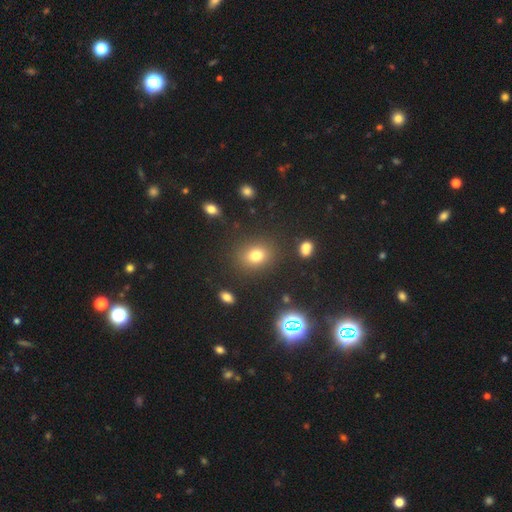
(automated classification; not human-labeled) Overall: smooth (76%). How rounded: round (54%; in between 45%). Merging: none (83%).